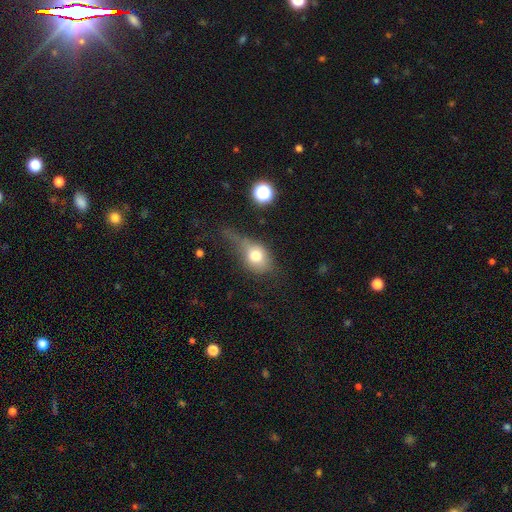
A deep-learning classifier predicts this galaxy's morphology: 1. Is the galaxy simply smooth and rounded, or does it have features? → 69% smooth, 21% featured or disk, 10% star or artifact.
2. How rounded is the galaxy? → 58% in between, 38% round, 4% cigar-shaped.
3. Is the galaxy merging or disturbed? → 35% major disturbance, 32% minor disturbance, 28% none, 6% merger.